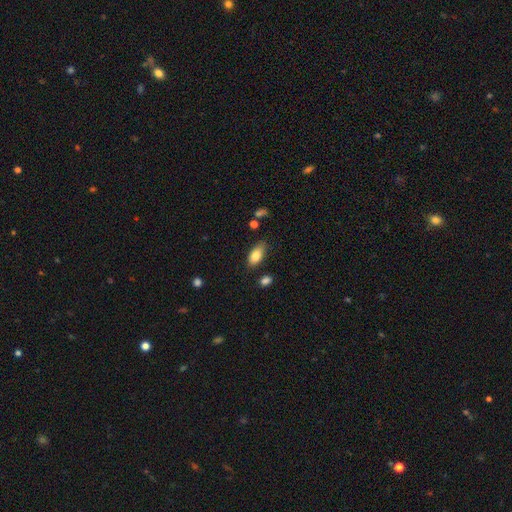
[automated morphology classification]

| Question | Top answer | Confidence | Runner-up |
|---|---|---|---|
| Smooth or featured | smooth | 82% | featured or disk (10%) |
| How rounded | in between | 90% | cigar-shaped (6%) |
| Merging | none | 73% | minor disturbance (19%) |